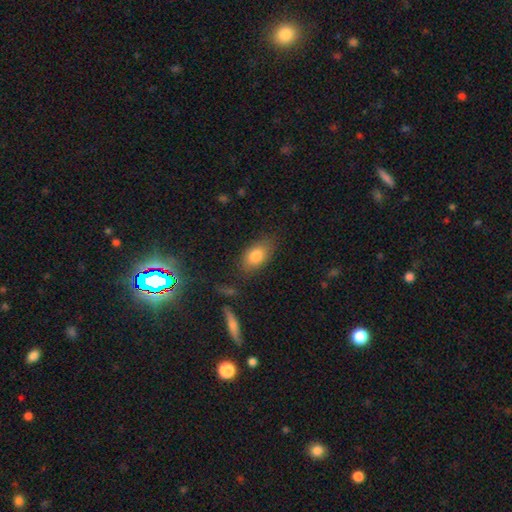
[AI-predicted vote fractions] Smooth or featured? Predicted: smooth (p=0.82). How rounded? Predicted: in between (p=0.87). Merging? Predicted: none (p=0.76).